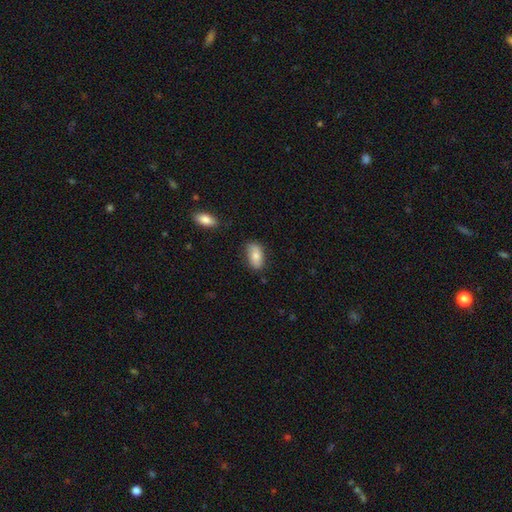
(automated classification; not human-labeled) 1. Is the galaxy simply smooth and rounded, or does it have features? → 79% smooth, 15% featured or disk, 7% star or artifact.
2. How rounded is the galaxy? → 92% in between, 5% round, 3% cigar-shaped.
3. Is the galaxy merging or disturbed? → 76% none, 18% minor disturbance, 3% major disturbance, 2% merger.